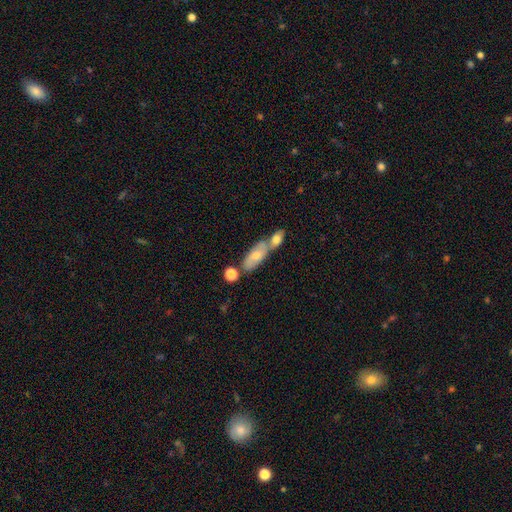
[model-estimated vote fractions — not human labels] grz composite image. It shows a smooth galaxy with no disk features (63%) that is in between round and cigar-shaped (72%). Merging: merger (50%).